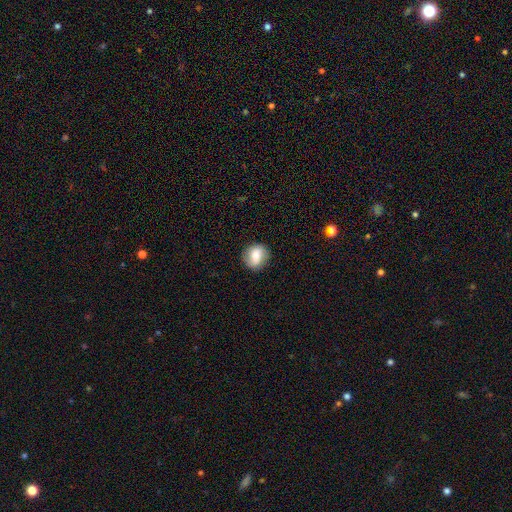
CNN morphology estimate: Overall: smooth (62%; featured or disk 30%). How rounded: round (77%). Merging: none (84%).